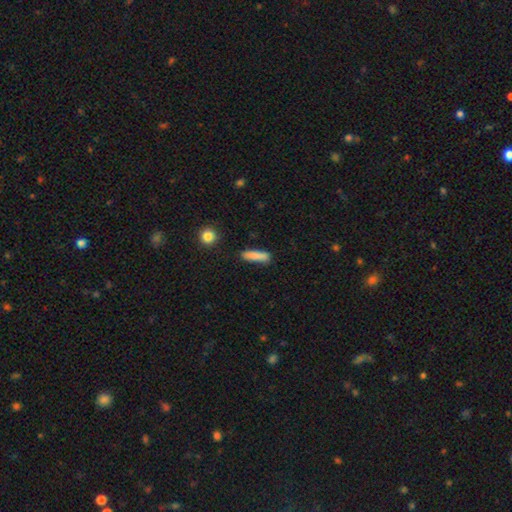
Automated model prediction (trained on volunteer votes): Overall: smooth (85%). How rounded: cigar-shaped (73%). Merging: none (81%).